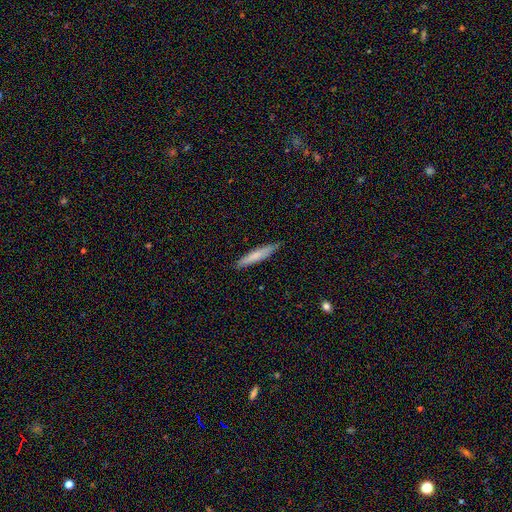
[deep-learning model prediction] Q: Smooth or featured?
A: smooth (72%); runner-up: featured or disk (23%)
Q: How rounded?
A: cigar-shaped (91%); runner-up: in between (8%)
Q: Merging?
A: none (85%); runner-up: minor disturbance (12%)